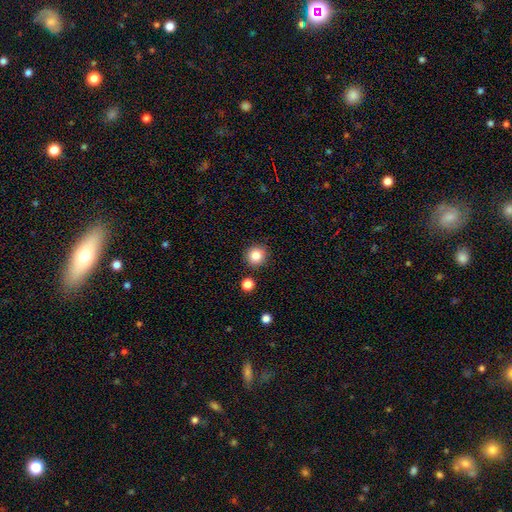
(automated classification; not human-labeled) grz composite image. It shows a smooth galaxy with no disk features (85%) that is round (92%). Merging: none (88%).